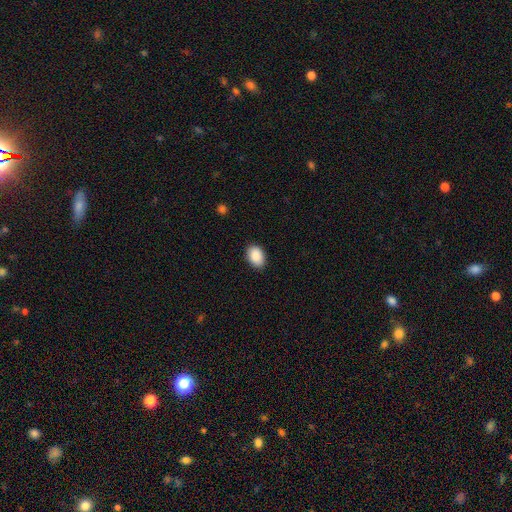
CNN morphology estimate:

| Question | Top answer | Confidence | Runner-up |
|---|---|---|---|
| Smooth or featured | smooth | 90% | star or artifact (7%) |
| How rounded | in between | 85% | round (14%) |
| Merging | none | 86% | minor disturbance (11%) |